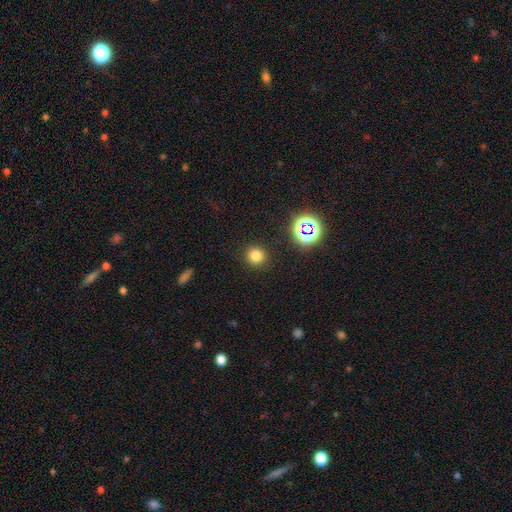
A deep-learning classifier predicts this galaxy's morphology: The model was most divided on "smooth or featured": smooth: 77%, star or artifact: 18%, featured or disk: 5%. More confident: how rounded — round (93%); merging — none (90%).